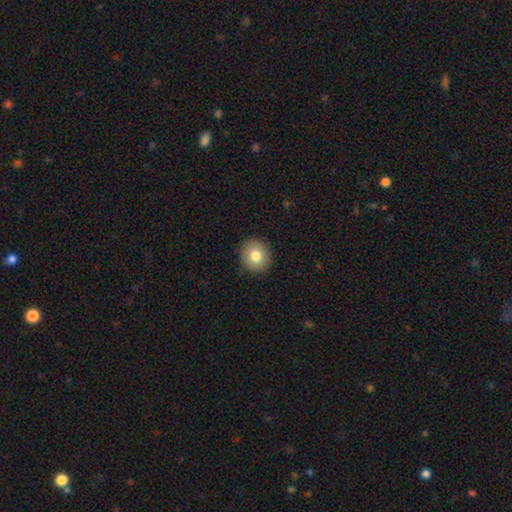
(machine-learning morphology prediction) Smooth or featured?
  - smooth: 79% *
  - featured or disk: 12%
  - star or artifact: 9%
How rounded?
  - round: 85% *
  - in between: 14%
  - cigar-shaped: 1%
Merging?
  - none: 91% *
  - minor disturbance: 6%
  - major disturbance: 2%
  - merger: 1%